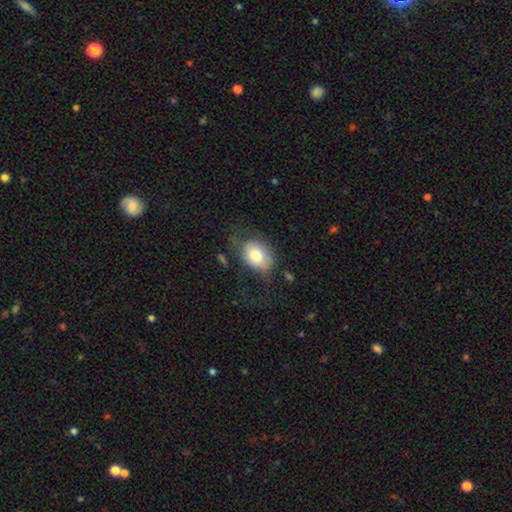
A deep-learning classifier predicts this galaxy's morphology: Smooth or featured? Predicted: smooth (p=0.75). How rounded? Predicted: in between (p=0.67). Merging? Predicted: none (p=0.53).